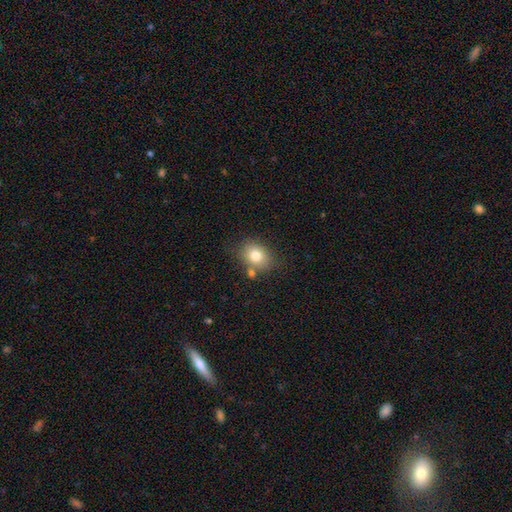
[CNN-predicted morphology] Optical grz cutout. It shows a smooth galaxy with no disk features (79%) that is in between round and cigar-shaped (55%). Merging: none (70%).